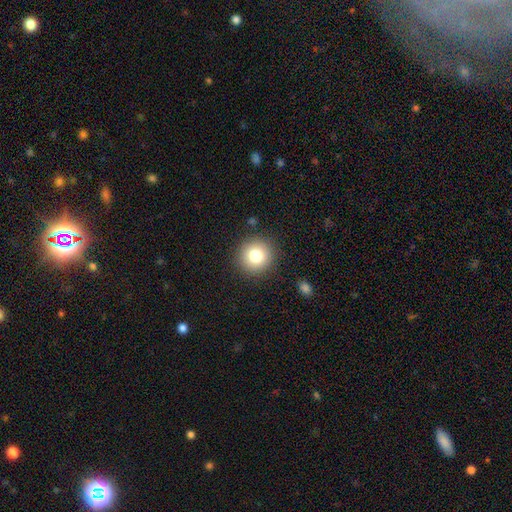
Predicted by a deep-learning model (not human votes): Smooth or featured? smooth (81%)
How rounded? round (93%)
Merging? none (89%)